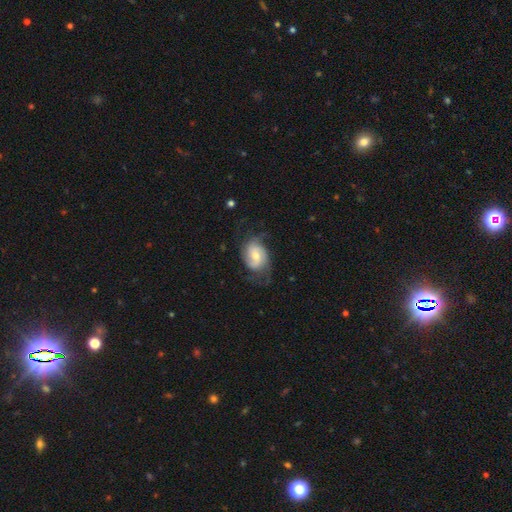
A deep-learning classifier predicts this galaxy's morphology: The model was most divided on "bar": no: 49%, weak: 42%, strong: 10%. Remaining: edge-on disk — no (97%); spiral arms — yes (88%); smooth or featured — featured or disk (63%); spiral arm count — 2 (59%); merging — none (55%); bulge size — moderate (54%); spiral winding — medium (43%).